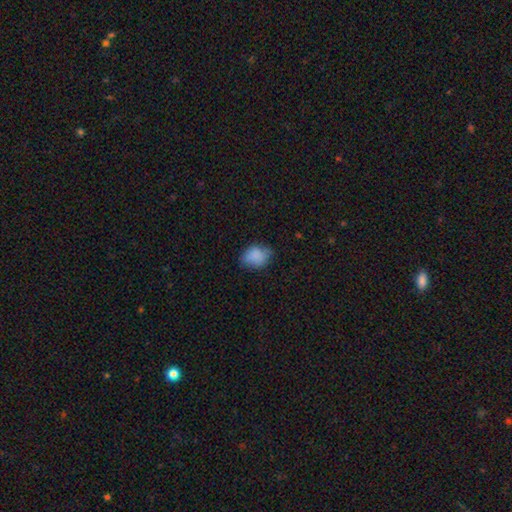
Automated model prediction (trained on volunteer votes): The model was most divided on "how rounded": in between: 62%, round: 37%, cigar-shaped: 1%. More confident: smooth or featured — smooth (84%); merging — none (64%).